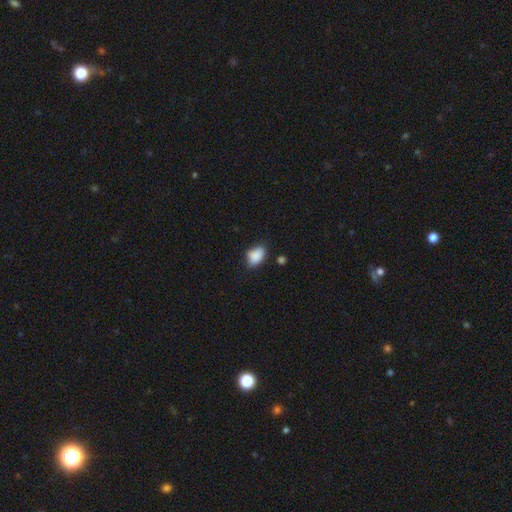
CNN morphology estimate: Smooth or featured?
  - smooth: 87% *
  - star or artifact: 8%
  - featured or disk: 5%
How rounded?
  - in between: 79% *
  - round: 19%
  - cigar-shaped: 2%
Merging?
  - none: 66% *
  - minor disturbance: 26%
  - major disturbance: 5%
  - merger: 3%